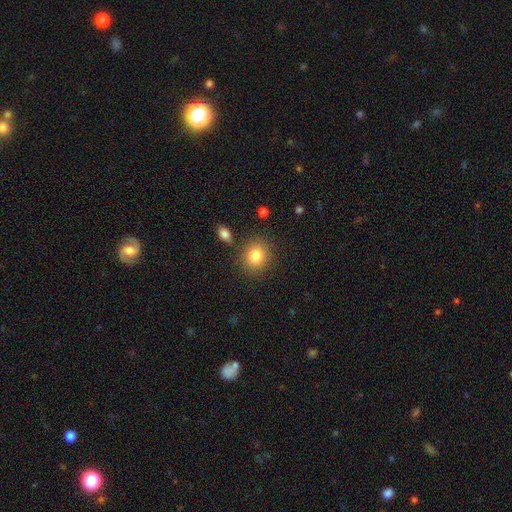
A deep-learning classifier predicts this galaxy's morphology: type=smooth (84%); roundness=round (70%); merging=none (83%).